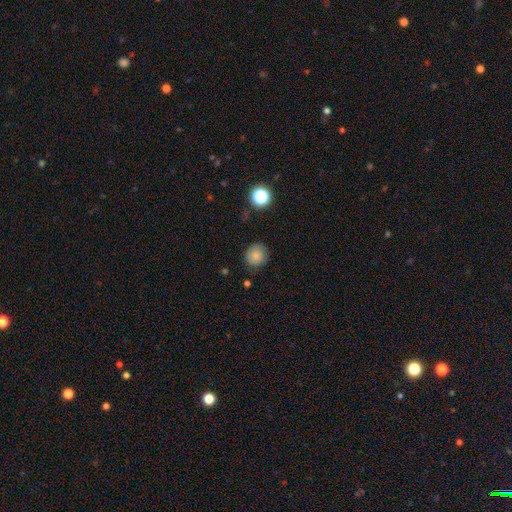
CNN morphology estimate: smooth-or-featured: smooth: 83% | star or artifact: 11% | featured or disk: 6%
  how-rounded: round: 88% | in between: 11% | cigar-shaped: 1%
  merging: none: 84% | minor disturbance: 12% | major disturbance: 3% | merger: 2%